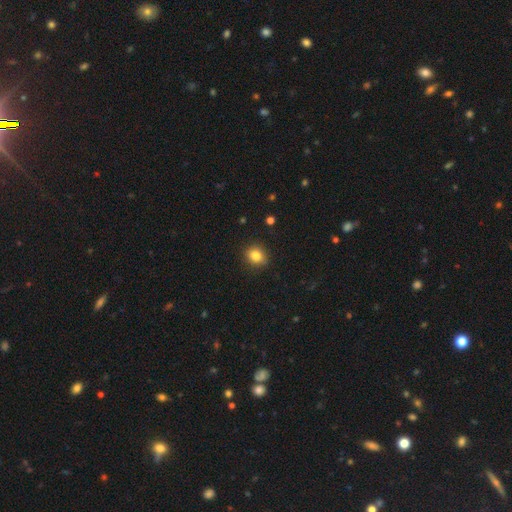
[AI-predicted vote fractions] Q: Smooth or featured?
A: smooth (83%); runner-up: star or artifact (11%)
Q: How rounded?
A: round (67%); runner-up: in between (32%)
Q: Merging?
A: none (89%); runner-up: minor disturbance (8%)